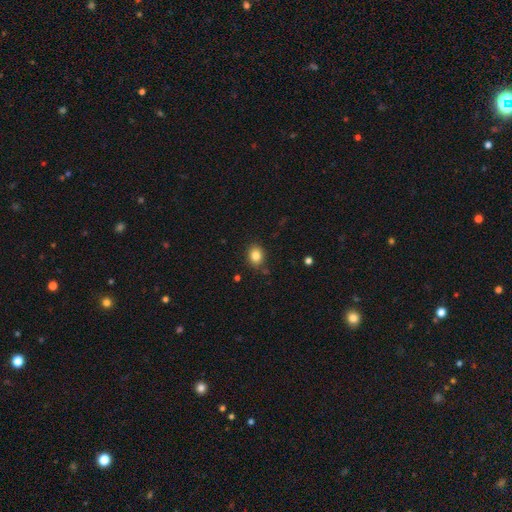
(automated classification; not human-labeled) A smooth galaxy with no disk features (84%) that is round (55%).

Vote fractions:
- Smooth or featured? smooth: 84% / star or artifact: 10% / featured or disk: 6%
- How rounded? round: 55% / in between: 44% / cigar-shaped: 1%
- Merging? none: 84% / minor disturbance: 11% / major disturbance: 3% / merger: 2%